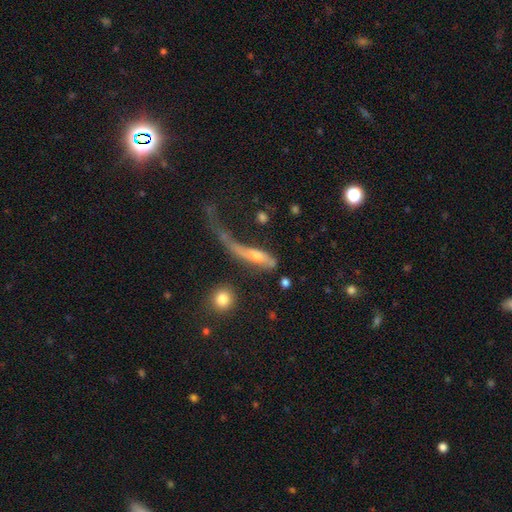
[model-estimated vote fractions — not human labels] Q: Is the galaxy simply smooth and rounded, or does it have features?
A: featured or disk — 50%.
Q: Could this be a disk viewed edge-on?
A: no — 57%.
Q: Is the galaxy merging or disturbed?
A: major disturbance — 56%.